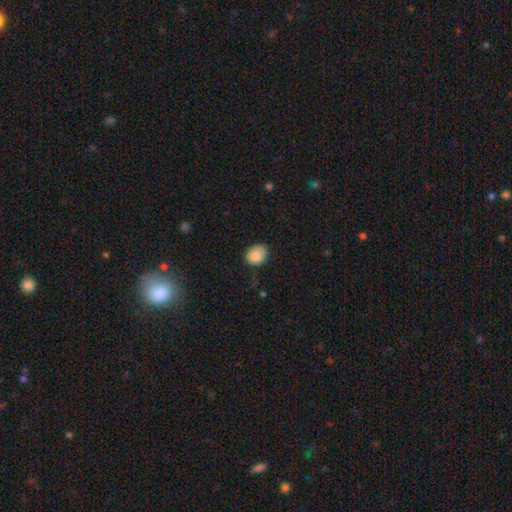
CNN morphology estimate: The model was most divided on "how rounded": round: 67%, in between: 33%, cigar-shaped: 1%. More confident: smooth or featured — smooth (84%); merging — none (70%).